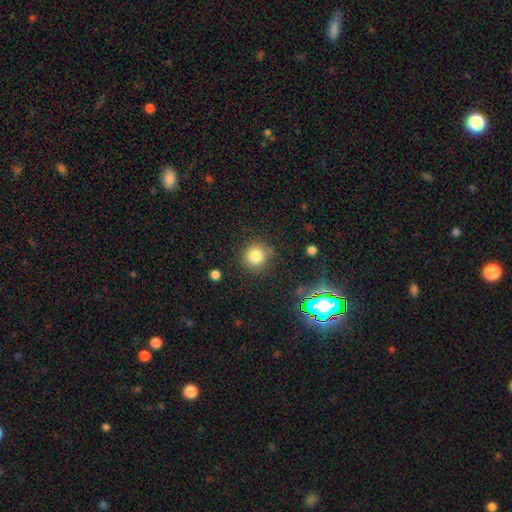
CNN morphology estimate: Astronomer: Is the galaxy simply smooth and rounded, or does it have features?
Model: smooth — 79%.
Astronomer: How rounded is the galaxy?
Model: round — 92%.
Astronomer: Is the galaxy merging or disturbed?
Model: none — 84%.